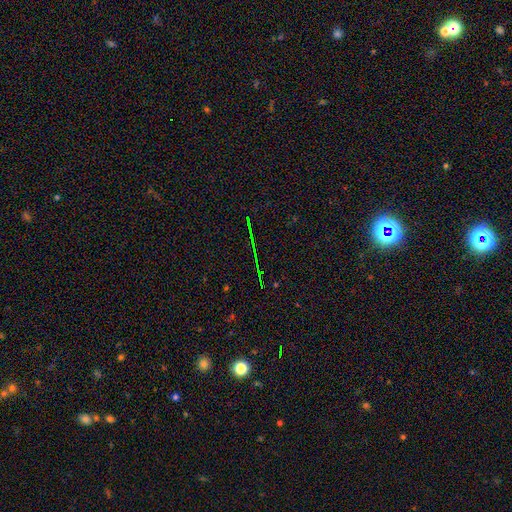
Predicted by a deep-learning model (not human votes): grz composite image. It shows a star or artifact, not a galaxy (78%).